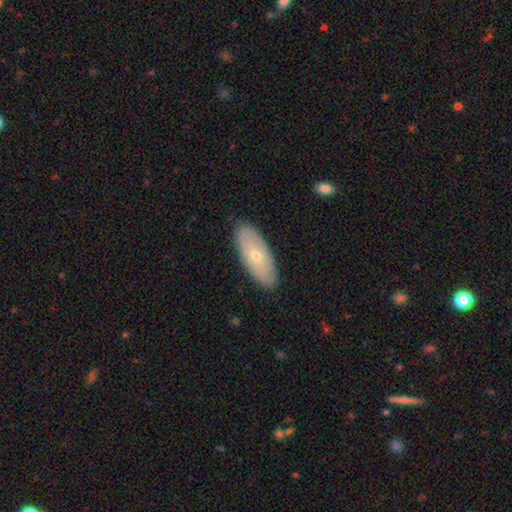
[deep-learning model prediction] Smooth or featured? Predicted: smooth (p=0.54). How rounded? Predicted: in between (p=0.83). Merging? Predicted: none (p=0.87).